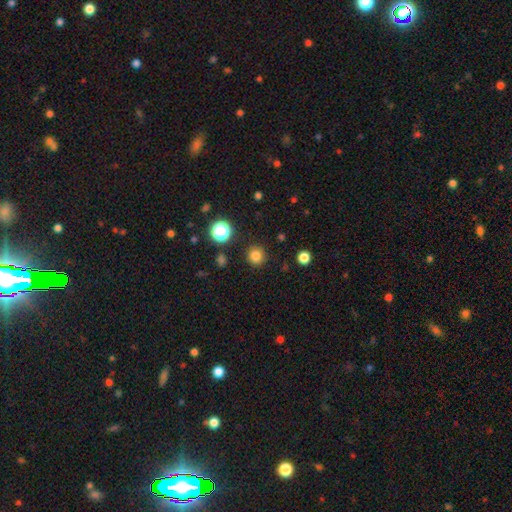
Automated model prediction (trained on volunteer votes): This appears to be a smooth galaxy with no disk features (82%) that is round (94%). Merging: none (90%).